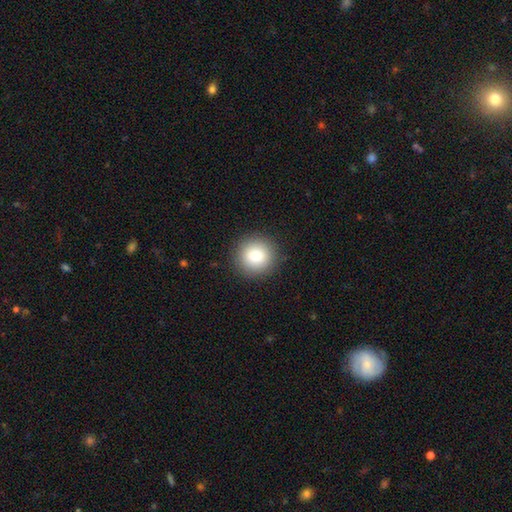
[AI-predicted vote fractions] Smooth or featured: smooth — 83% (star or artifact — 9%)
How rounded: round — 94% (in between — 5%)
Merging: none — 91% (minor disturbance — 6%)